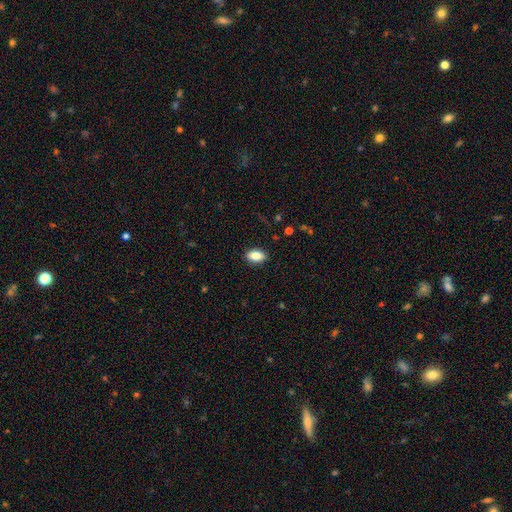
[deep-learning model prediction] Smooth or featured? Predicted: smooth (p=0.83). How rounded? Predicted: in between (p=0.88). Merging? Predicted: none (p=0.88).